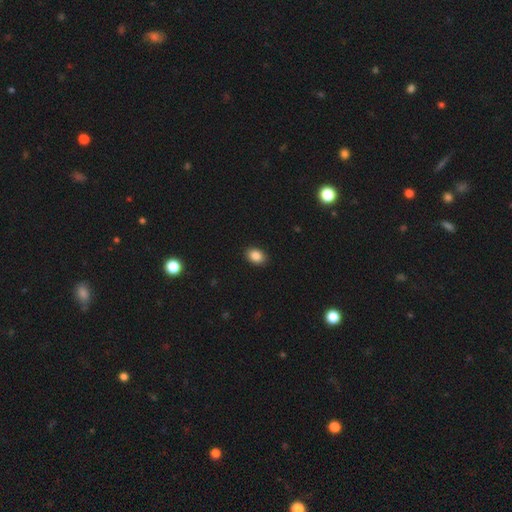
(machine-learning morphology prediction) Smooth or featured? smooth (87%)
How rounded? in between (71%)
Merging? none (90%)